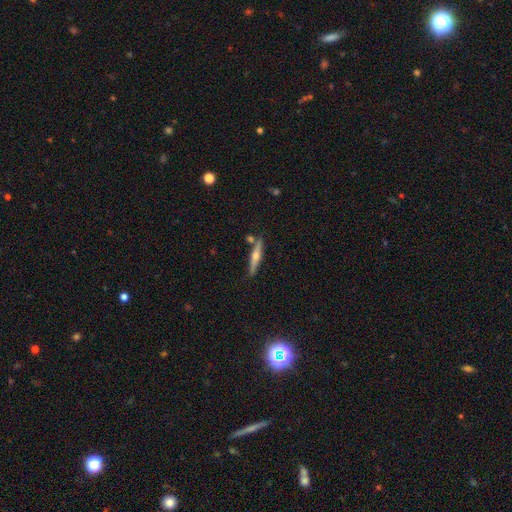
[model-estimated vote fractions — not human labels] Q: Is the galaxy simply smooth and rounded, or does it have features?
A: featured or disk — 55%.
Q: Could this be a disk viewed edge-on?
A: yes — 95%.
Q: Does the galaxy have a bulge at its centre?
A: rounded — 88%.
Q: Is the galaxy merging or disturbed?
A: none — 79%.